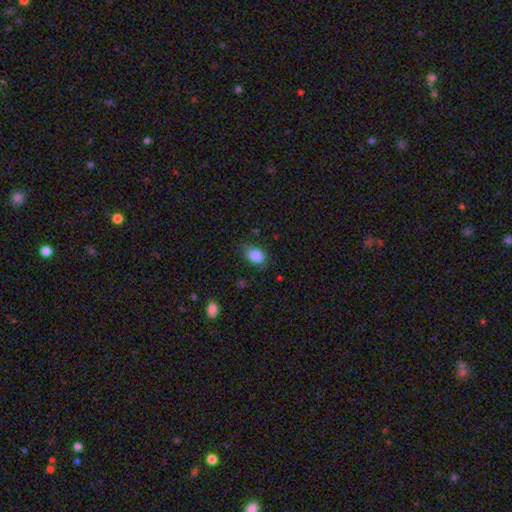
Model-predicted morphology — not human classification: The model was most divided on "merging": none: 75%, minor disturbance: 19%, major disturbance: 5%, merger: 1%. More confident: smooth or featured — smooth (87%); how rounded — in between (79%).